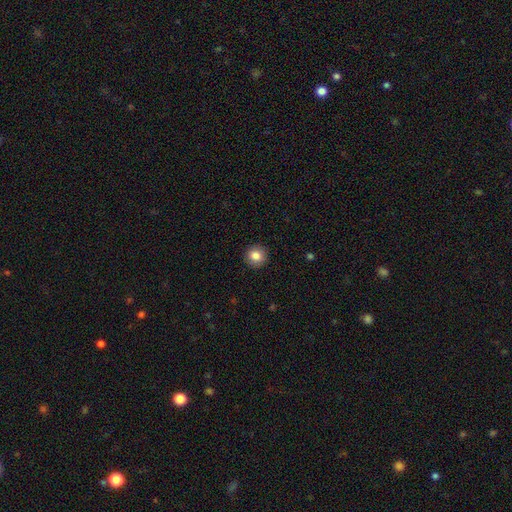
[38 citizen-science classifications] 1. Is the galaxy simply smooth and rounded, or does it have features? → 84% smooth, 11% featured or disk, 5% star or artifact.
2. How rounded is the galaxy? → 91% round, 9% in between, 0% cigar-shaped.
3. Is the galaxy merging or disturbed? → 94% none, 6% major disturbance, 0% minor disturbance, 0% merger.